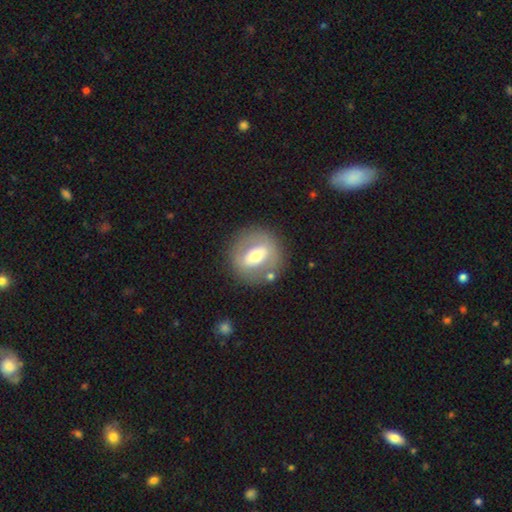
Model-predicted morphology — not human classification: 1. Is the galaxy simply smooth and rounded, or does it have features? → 52% featured or disk, 41% smooth, 7% star or artifact.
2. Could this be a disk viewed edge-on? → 90% no, 10% yes.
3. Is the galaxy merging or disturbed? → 79% none, 11% minor disturbance, 6% major disturbance, 4% merger.